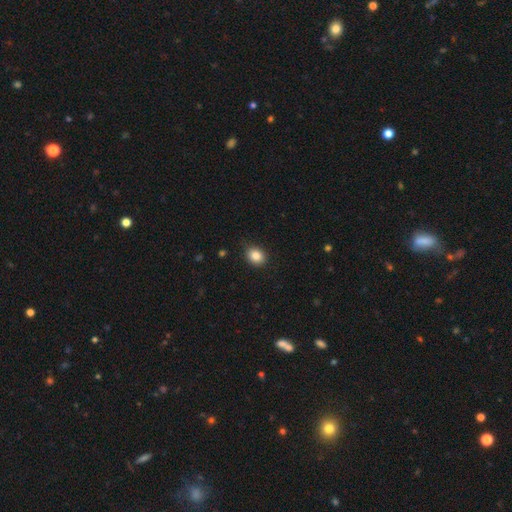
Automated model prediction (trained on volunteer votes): This appears to be a smooth galaxy with no disk features (86%) that is round (54%). Merging: none (85%).